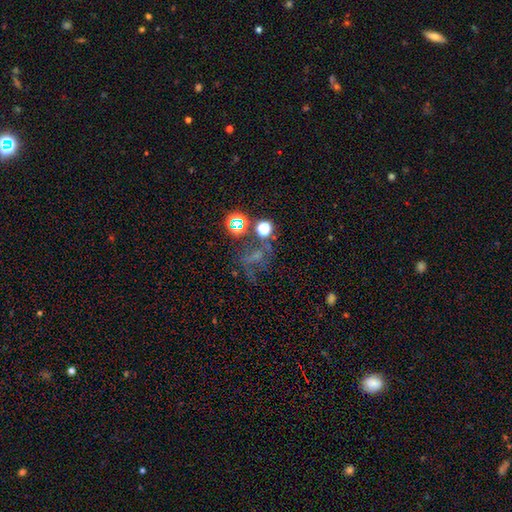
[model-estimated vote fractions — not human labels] Q: Smooth or featured?
A: star or artifact (40%); runner-up: featured or disk (32%)